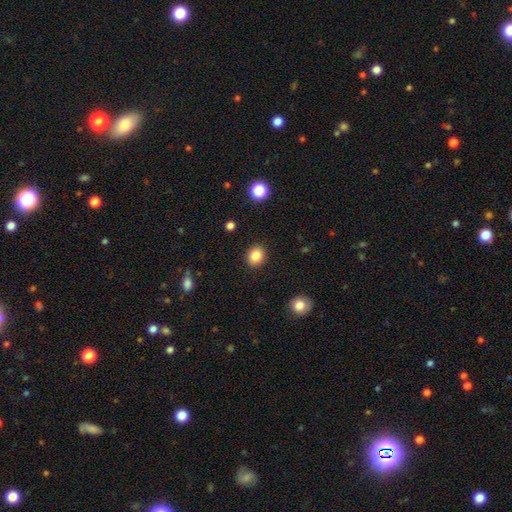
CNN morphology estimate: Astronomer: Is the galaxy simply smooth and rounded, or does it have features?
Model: smooth — 85%.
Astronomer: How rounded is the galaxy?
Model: round — 72%.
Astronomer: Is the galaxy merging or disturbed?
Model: none — 90%.